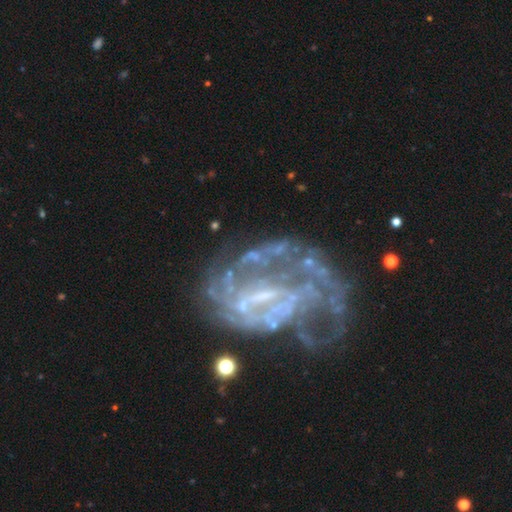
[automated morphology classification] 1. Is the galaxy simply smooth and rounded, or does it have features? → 80% featured or disk, 11% star or artifact, 9% smooth.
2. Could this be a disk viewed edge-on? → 96% no, 4% yes.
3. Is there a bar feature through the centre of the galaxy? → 38% weak, 36% strong, 26% no.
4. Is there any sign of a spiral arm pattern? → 72% yes, 28% no.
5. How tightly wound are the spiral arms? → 38% tight, 37% medium, 25% loose.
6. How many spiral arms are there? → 43% can't tell, 20% 2, 14% 3, 8% 4, 8% 1, 7% more than 4.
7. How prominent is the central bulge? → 41% small, 35% none, 20% moderate, 3% large, 1% dominant.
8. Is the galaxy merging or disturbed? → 42% none, 32% major disturbance, 20% minor disturbance, 7% merger.